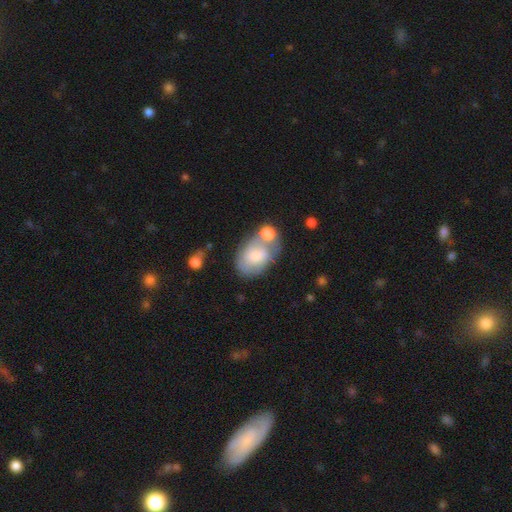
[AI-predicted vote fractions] This is likely a smooth galaxy (66%). How rounded: clearly in between (84%). Merging: marginally merger (42%).